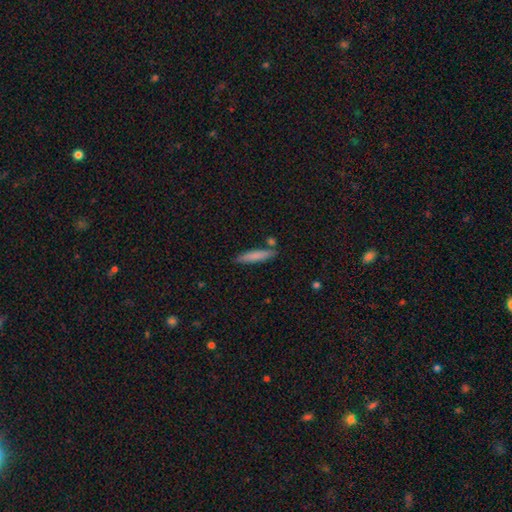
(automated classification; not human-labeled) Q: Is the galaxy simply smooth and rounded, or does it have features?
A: smooth — 79%.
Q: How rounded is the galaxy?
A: cigar-shaped — 86%.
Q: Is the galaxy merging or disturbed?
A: none — 80%.